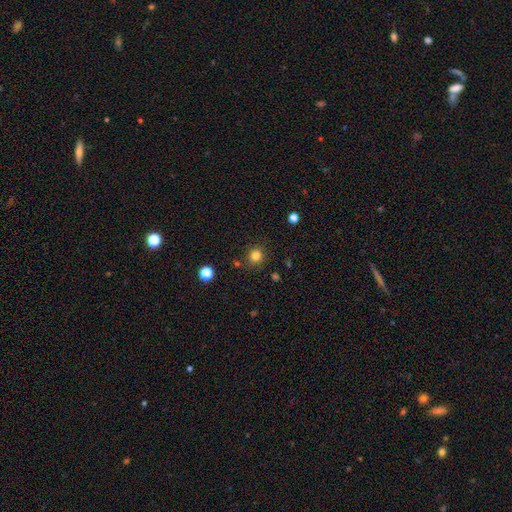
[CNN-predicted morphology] This appears to be a smooth galaxy with no disk features (81%) that is round (91%). Merging: none (84%).